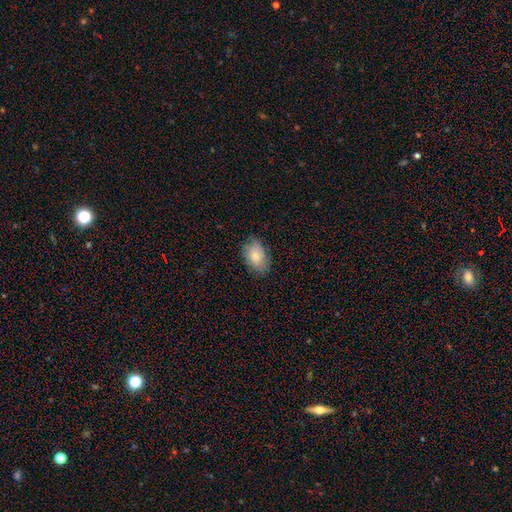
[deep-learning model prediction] Smooth or featured: smooth — 77% (featured or disk — 16%)
How rounded: in between — 88% (round — 10%)
Merging: none — 75% (minor disturbance — 20%)